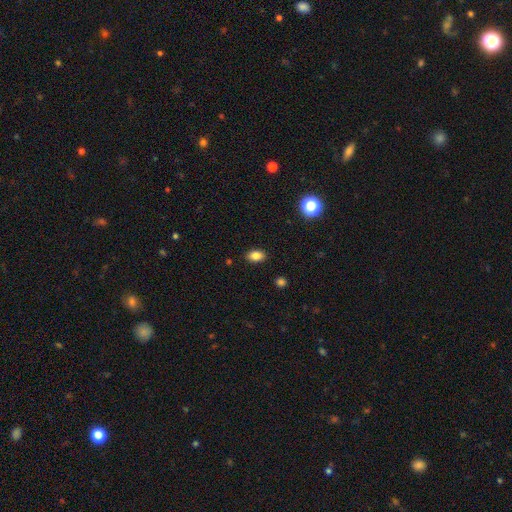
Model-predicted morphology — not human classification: A smooth galaxy with no disk features (83%) that is in between round and cigar-shaped (85%). Merging: none (88%).